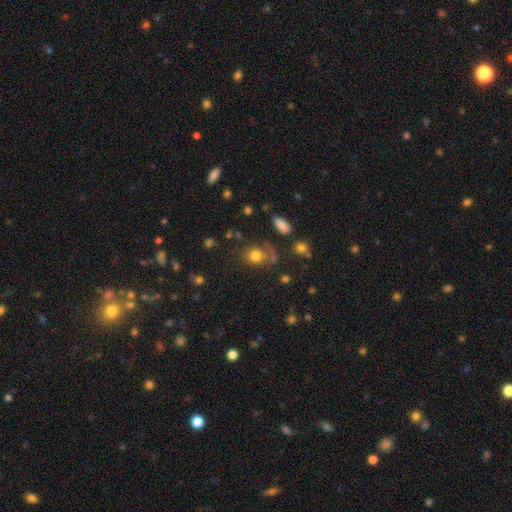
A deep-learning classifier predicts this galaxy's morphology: smooth 77%, star or artifact 13%, featured or disk 10%. Down the decision tree: how rounded — round (68%); merging — none (58%).